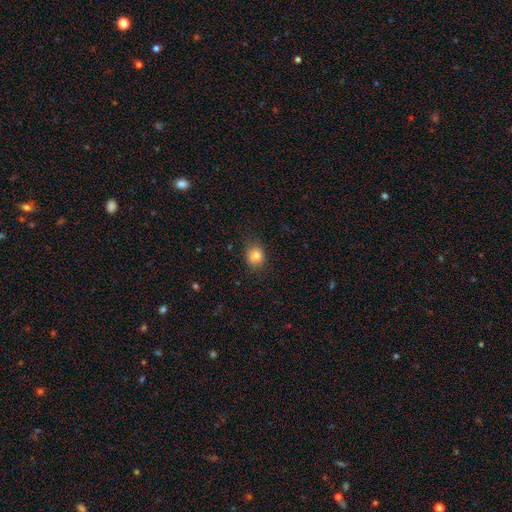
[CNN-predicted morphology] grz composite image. It shows a smooth galaxy with no disk features (82%) that is round (66%). Merging: none (81%).